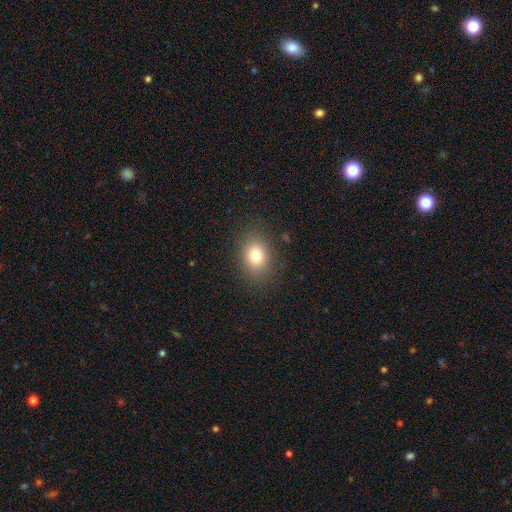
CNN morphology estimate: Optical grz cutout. It shows a smooth galaxy with no disk features (78%) that is in between round and cigar-shaped (64%). Merging: none (86%).